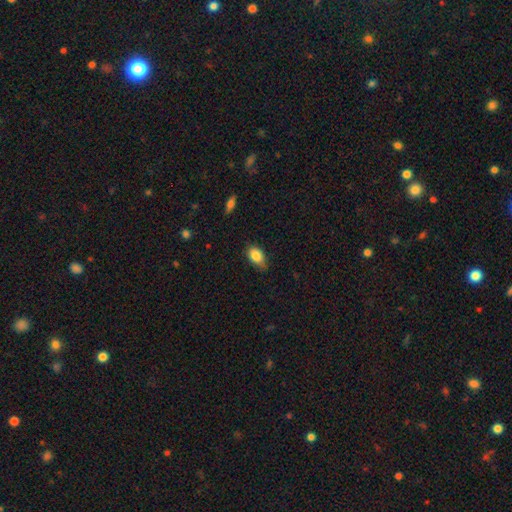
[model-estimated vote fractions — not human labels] smooth-or-featured: smooth: 85% | star or artifact: 8% | featured or disk: 7%
  how-rounded: in between: 84% | round: 14% | cigar-shaped: 2%
  merging: none: 63% | minor disturbance: 31% | major disturbance: 5% | merger: 1%